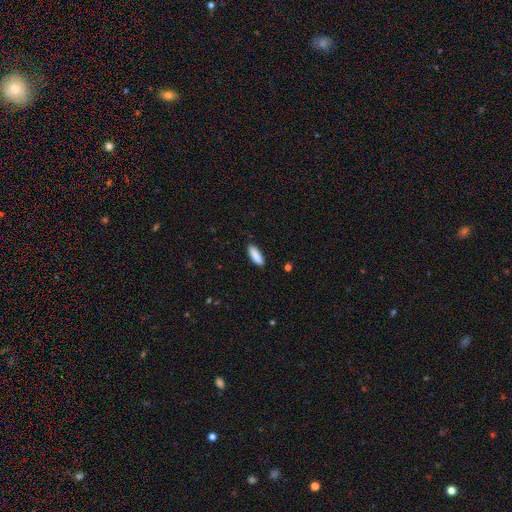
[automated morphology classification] Smooth or featured? smooth (90%)
How rounded? in between (63%)
Merging? none (87%)